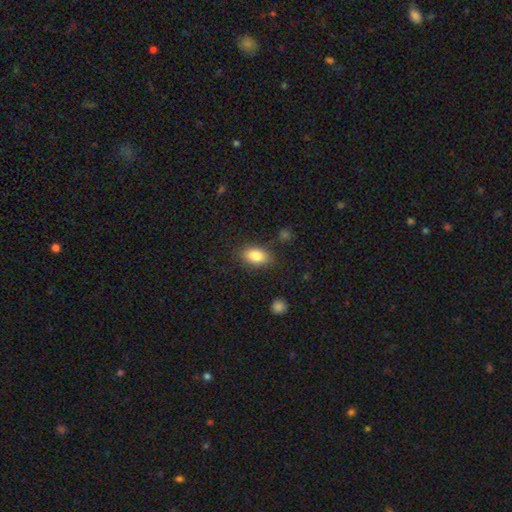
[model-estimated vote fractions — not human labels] Smooth or featured? Predicted: smooth (p=0.83). How rounded? Predicted: in between (p=0.88). Merging? Predicted: none (p=0.82).